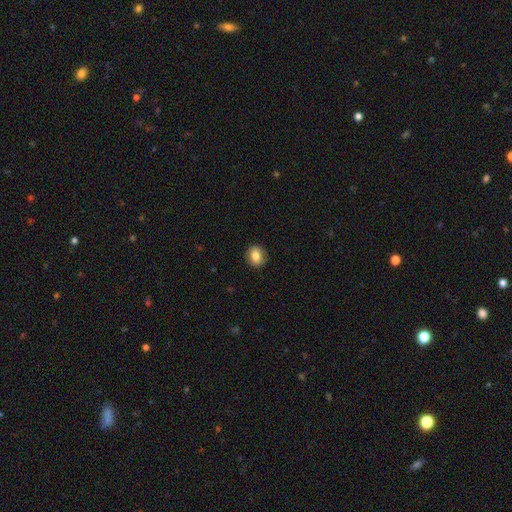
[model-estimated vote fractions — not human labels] This appears to be a smooth galaxy with no disk features (81%) that is round (70%). Merging: none (90%).